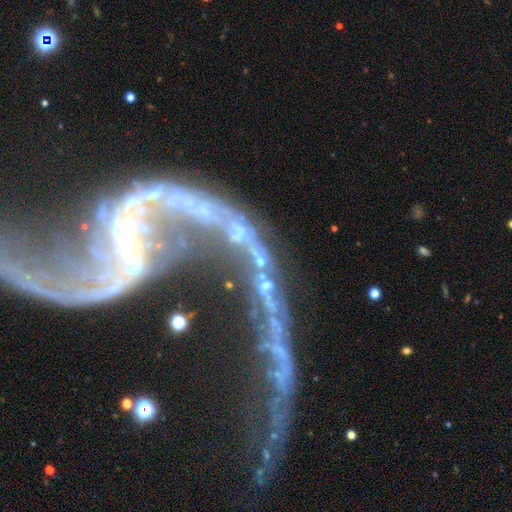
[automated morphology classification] Overall: featured or disk (61%; star or artifact 27%). Edge-on disk: no (87%). Bar: no (68%). Spiral arms: no (57%; yes 43%). Bulge size: none (51%; small 31%). Merging: major disturbance (37%; merger 34%).